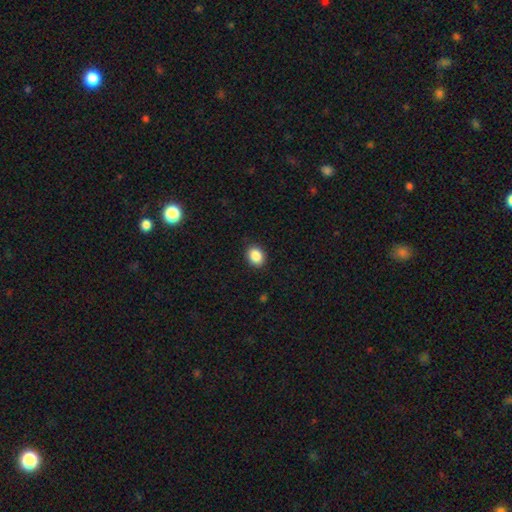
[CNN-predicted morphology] smooth_or_featured: smooth (p=0.88) [alt: star or artifact p=0.09]
how_rounded: in between (p=0.59) [alt: round p=0.40]
merging: none (p=0.87) [alt: minor disturbance p=0.09]